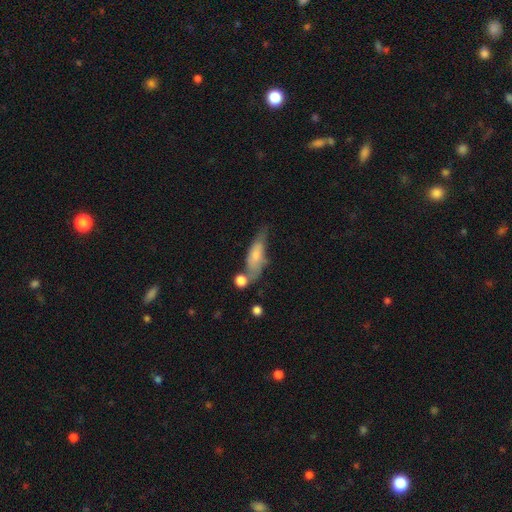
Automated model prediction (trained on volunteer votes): Overall: smooth (62%; featured or disk 31%). How rounded: in between (54%; cigar-shaped 43%). Merging: none (43%; minor disturbance 27%).